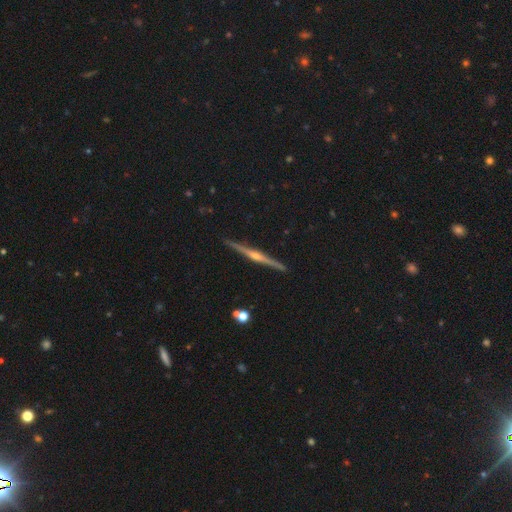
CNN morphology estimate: smooth_or_featured: featured or disk (p=0.86) [alt: smooth p=0.09]
disk_edge_on: yes (p=0.99) [alt: no p=0.01]
edge_on_bulge: rounded (p=0.89) [alt: none p=0.06]
merging: none (p=0.92) [alt: minor disturbance p=0.05]